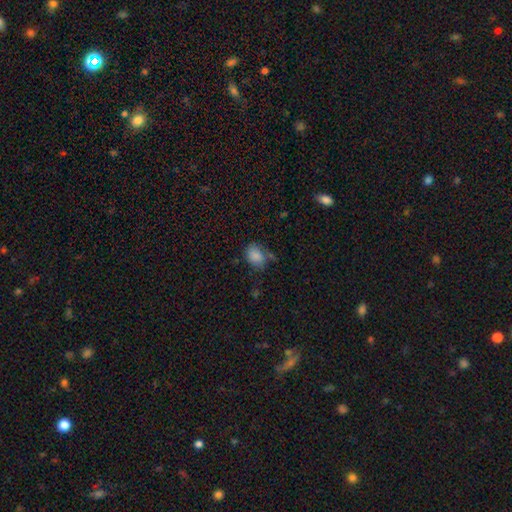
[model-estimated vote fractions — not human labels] Smooth or featured?
  - smooth: 83% *
  - star or artifact: 10%
  - featured or disk: 7%
How rounded?
  - in between: 70% *
  - round: 29%
  - cigar-shaped: 1%
Merging?
  - none: 55% *
  - minor disturbance: 26%
  - major disturbance: 10%
  - merger: 8%